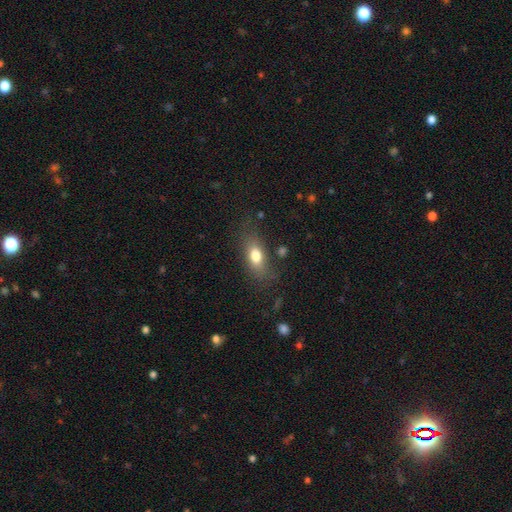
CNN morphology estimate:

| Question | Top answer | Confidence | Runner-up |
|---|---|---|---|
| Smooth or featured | smooth | 75% | featured or disk (15%) |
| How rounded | in between | 77% | cigar-shaped (13%) |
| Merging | none | 69% | minor disturbance (19%) |